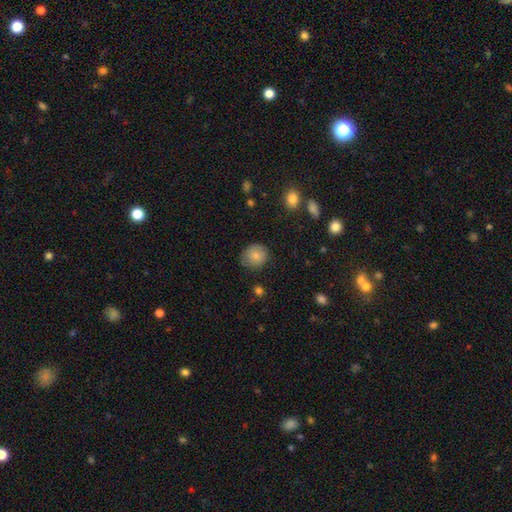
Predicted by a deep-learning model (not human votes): Smooth or featured?
  - smooth: 81% *
  - featured or disk: 10%
  - star or artifact: 9%
How rounded?
  - round: 83% *
  - in between: 16%
  - cigar-shaped: 1%
Merging?
  - none: 78% *
  - minor disturbance: 17%
  - major disturbance: 4%
  - merger: 1%